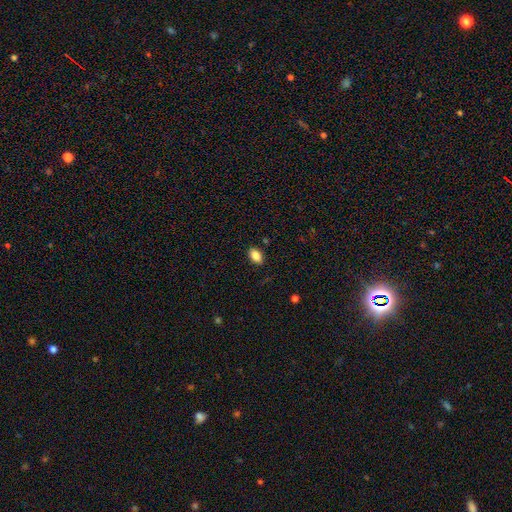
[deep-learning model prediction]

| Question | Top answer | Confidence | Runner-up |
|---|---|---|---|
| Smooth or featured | smooth | 86% | star or artifact (8%) |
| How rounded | in between | 90% | round (8%) |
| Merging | none | 87% | minor disturbance (10%) |